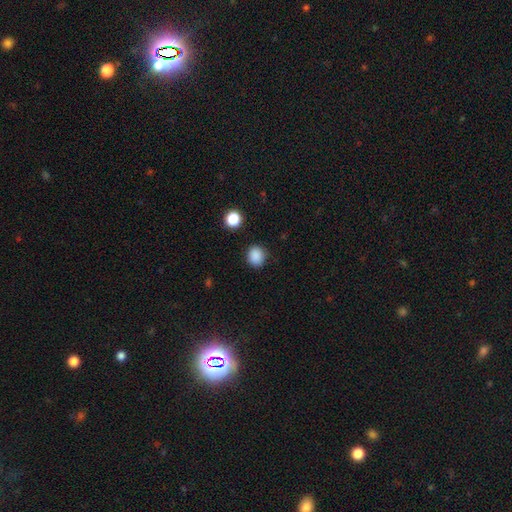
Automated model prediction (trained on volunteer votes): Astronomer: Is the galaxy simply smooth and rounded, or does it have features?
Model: smooth — 87%.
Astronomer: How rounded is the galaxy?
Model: round — 77%.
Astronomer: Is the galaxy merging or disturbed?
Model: none — 87%.